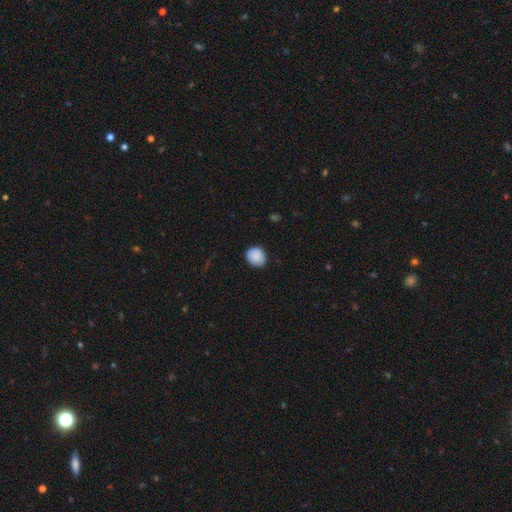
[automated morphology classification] Smooth or featured?
  - smooth: 89% *
  - star or artifact: 7%
  - featured or disk: 4%
How rounded?
  - round: 74% *
  - in between: 25%
  - cigar-shaped: 1%
Merging?
  - none: 85% *
  - minor disturbance: 12%
  - major disturbance: 2%
  - merger: 1%